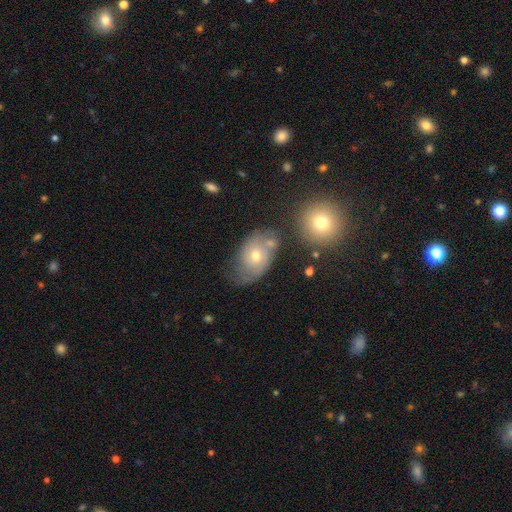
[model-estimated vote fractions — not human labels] This is possibly a featured or disk galaxy (47%). Merging: possibly none (45%).